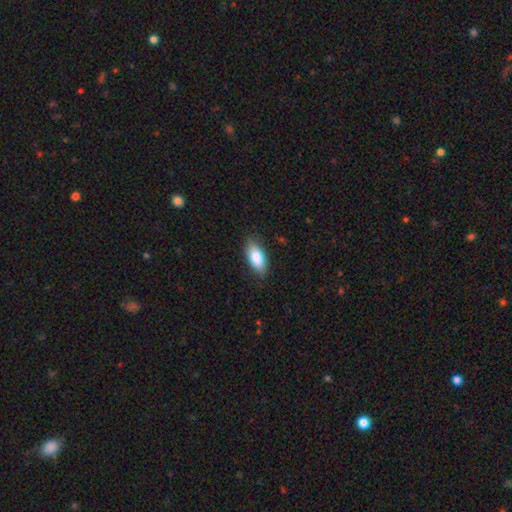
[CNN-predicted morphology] smooth-or-featured: smooth: 84% | featured or disk: 9% | star or artifact: 6%
  how-rounded: in between: 89% | cigar-shaped: 9% | round: 3%
  merging: none: 84% | minor disturbance: 12% | major disturbance: 2% | merger: 1%